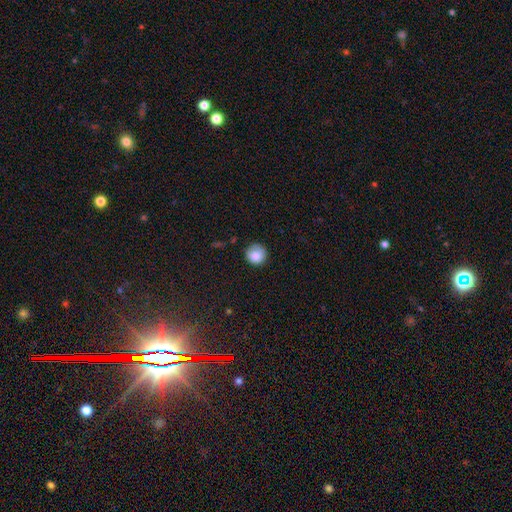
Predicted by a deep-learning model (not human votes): The model was most divided on "merging": none: 78%, minor disturbance: 17%, major disturbance: 4%, merger: 2%. More confident: how rounded — round (92%); smooth or featured — smooth (85%).